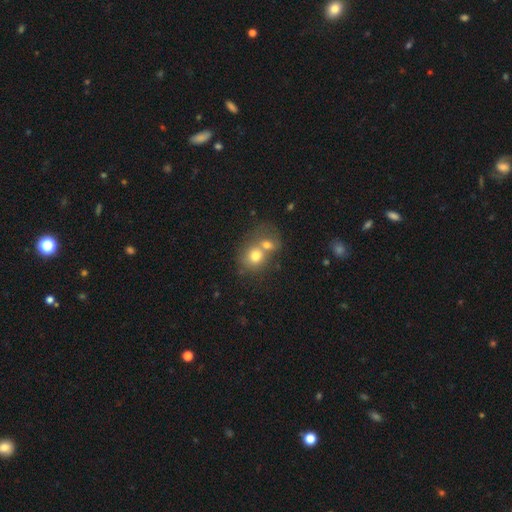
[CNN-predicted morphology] The model was most divided on "merging": merger: 63%, none: 26%, minor disturbance: 7%, major disturbance: 4%. More confident: smooth or featured — smooth (72%); how rounded — round (69%).